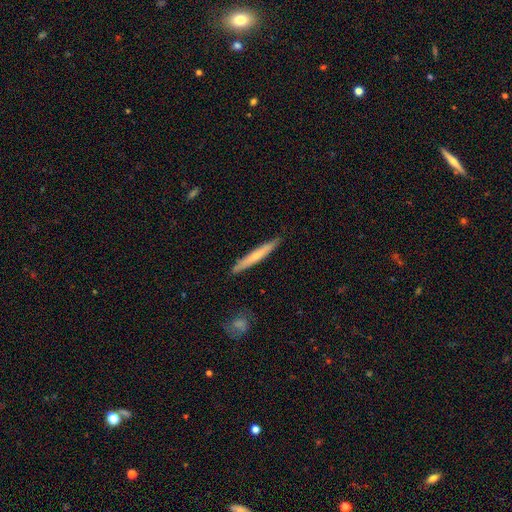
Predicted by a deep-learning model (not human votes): A smooth galaxy with no disk features (57%) that is cigar-shaped (96%). Merging: none (88%).